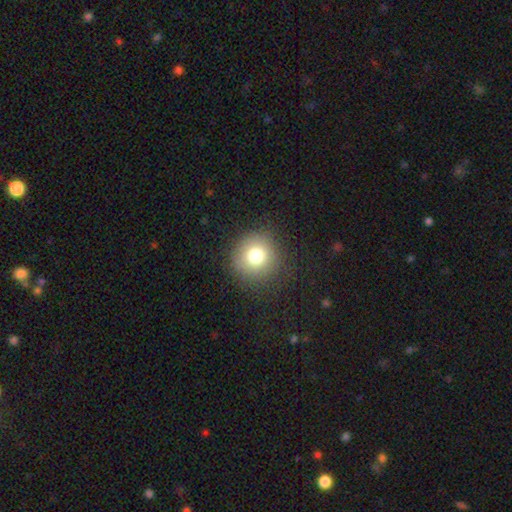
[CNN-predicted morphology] smooth-or-featured: smooth: 78% | star or artifact: 13% | featured or disk: 9%
  how-rounded: round: 93% | in between: 6% | cigar-shaped: 1%
  merging: none: 87% | minor disturbance: 8% | major disturbance: 4% | merger: 1%